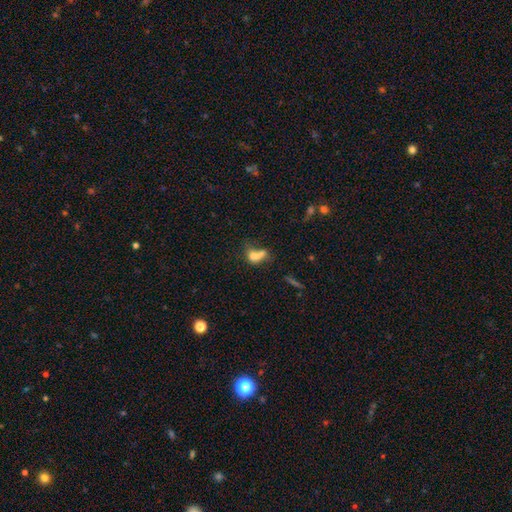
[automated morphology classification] The model was most divided on "merging": merger: 35%, major disturbance: 25%, none: 25%, minor disturbance: 15%. More confident: smooth or featured — smooth (66%); how rounded — in between (66%).